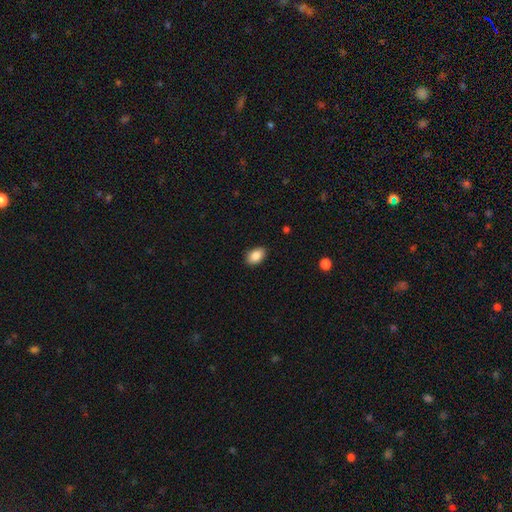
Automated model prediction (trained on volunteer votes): A smooth galaxy with no disk features (88%) that is in between round and cigar-shaped (88%).

Vote fractions:
- Smooth or featured? smooth: 88% / star or artifact: 8% / featured or disk: 5%
- How rounded? in between: 88% / round: 11% / cigar-shaped: 1%
- Merging? none: 87% / minor disturbance: 10% / major disturbance: 2% / merger: 1%